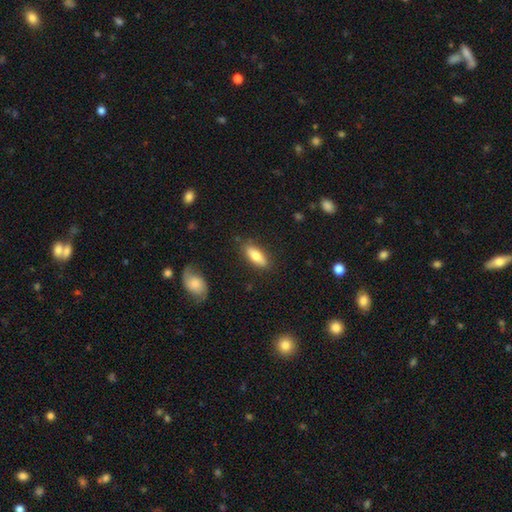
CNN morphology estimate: A smooth galaxy with no disk features (76%) that is in between round and cigar-shaped (69%). Merging: none (83%).